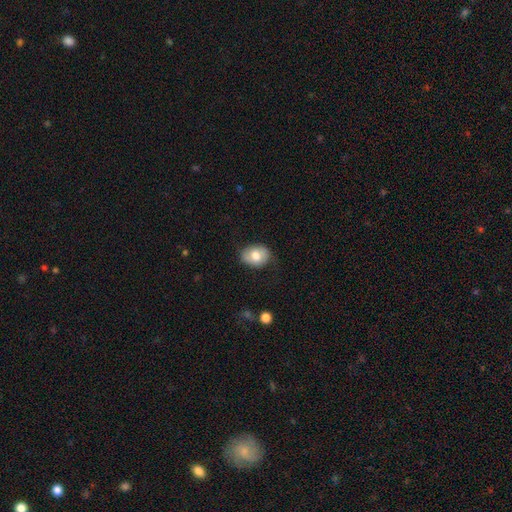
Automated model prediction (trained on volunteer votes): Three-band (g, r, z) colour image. It shows a smooth galaxy with no disk features (73%) that is in between round and cigar-shaped (63%). Merging: none (77%).